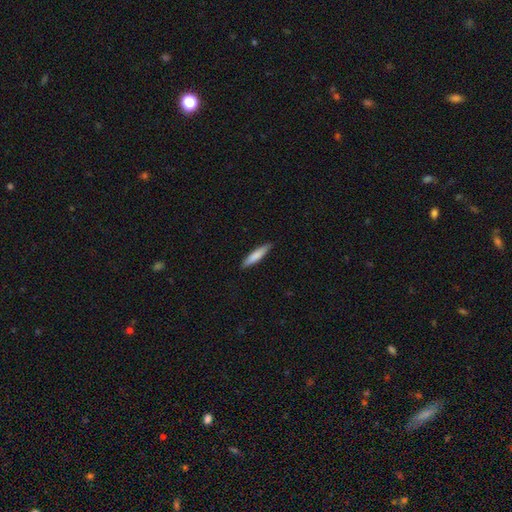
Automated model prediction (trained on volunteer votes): Overall: smooth (78%). How rounded: cigar-shaped (88%). Merging: none (89%).